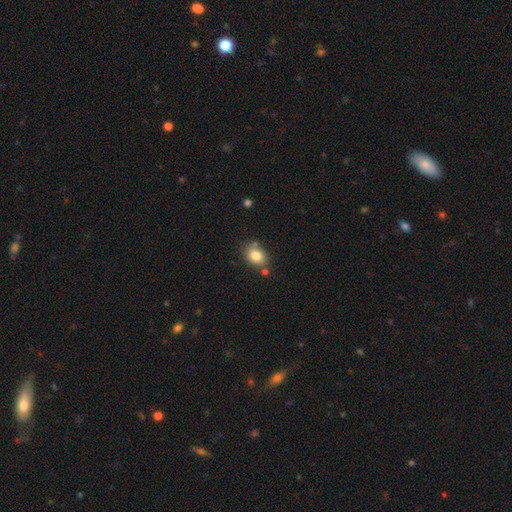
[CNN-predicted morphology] Q: Smooth or featured?
A: smooth (82%); runner-up: featured or disk (9%)
Q: How rounded?
A: in between (74%); runner-up: round (25%)
Q: Merging?
A: none (72%); runner-up: minor disturbance (15%)